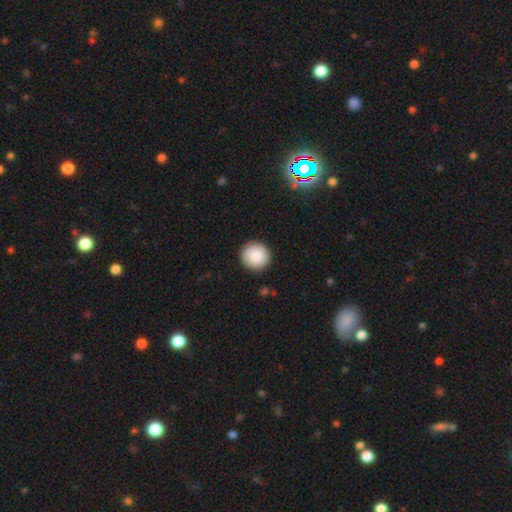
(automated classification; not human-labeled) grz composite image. It shows a smooth galaxy with no disk features (87%) that is round (93%). Merging: none (91%).